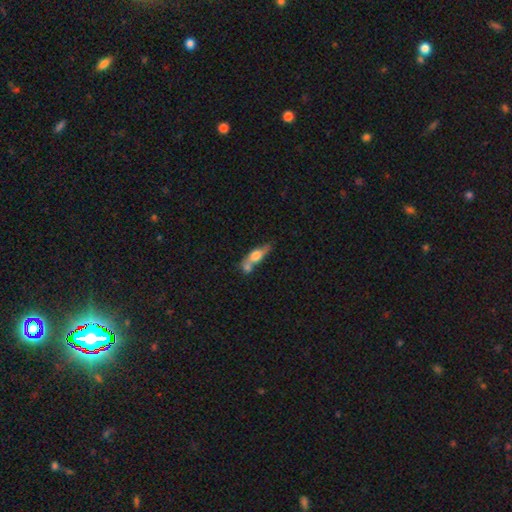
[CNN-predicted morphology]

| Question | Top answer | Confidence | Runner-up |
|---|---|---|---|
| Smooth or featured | smooth | 56% | featured or disk (37%) |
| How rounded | in between | 51% | cigar-shaped (38%) |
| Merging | merger | 49% | none (32%) |